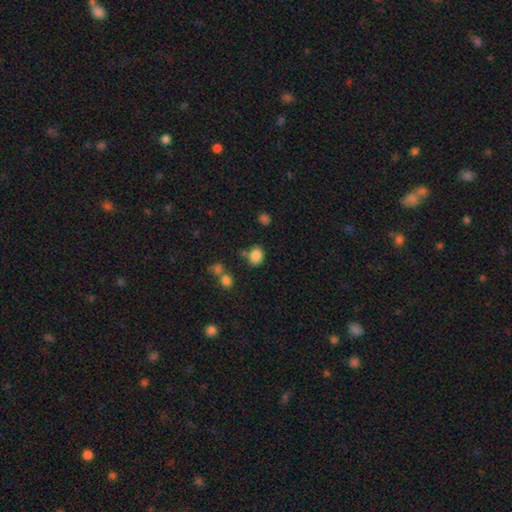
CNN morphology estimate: Overall: smooth (84%). How rounded: in between (56%; round 43%). Merging: none (68%).